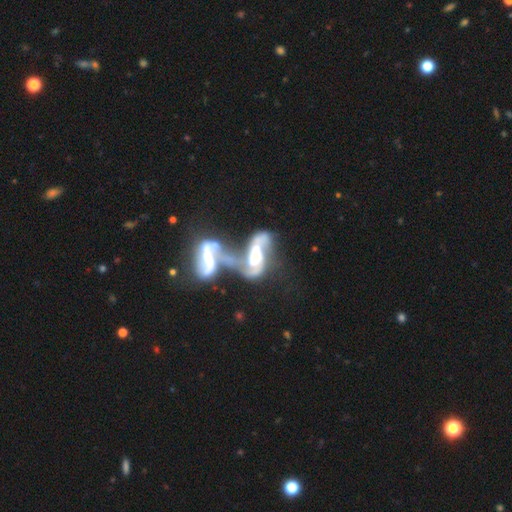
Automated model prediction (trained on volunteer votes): Smooth or featured? Predicted: featured or disk (p=0.74). Edge-on disk? Predicted: no (p=0.94). Bar? Predicted: no (p=0.52). Spiral arms? Predicted: yes (p=0.71). Bulge size? Predicted: moderate (p=0.37). Merging? Predicted: merger (p=0.80).